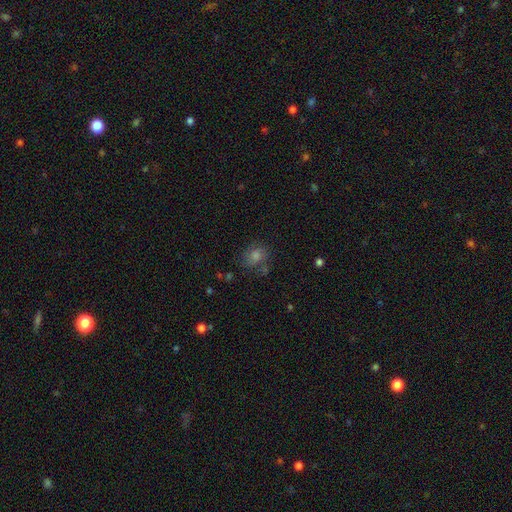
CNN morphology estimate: The model was most divided on "how rounded": round: 63%, in between: 36%, cigar-shaped: 1%. More confident: merging — none (69%); smooth or featured — smooth (53%).